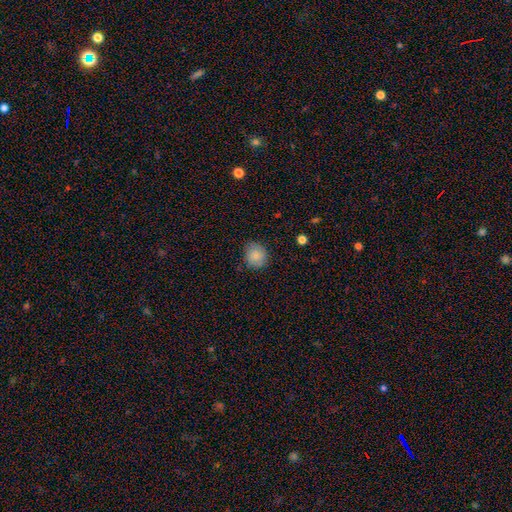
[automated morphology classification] smooth_or_featured: smooth (p=0.85) [alt: star or artifact p=0.08]
how_rounded: round (p=0.81) [alt: in between p=0.18]
merging: none (p=0.83) [alt: minor disturbance p=0.13]